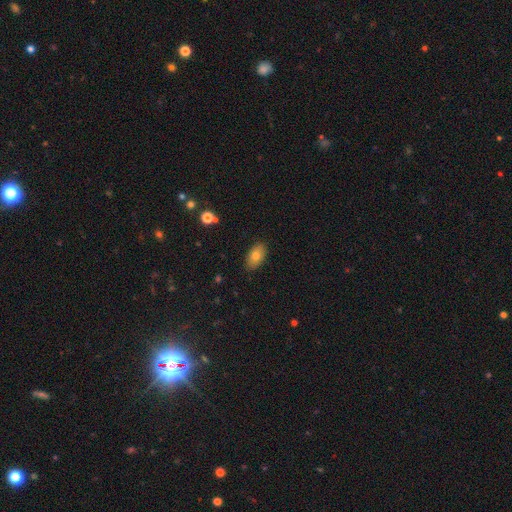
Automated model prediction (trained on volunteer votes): smooth 77%, featured or disk 15%, star or artifact 9%. Down the decision tree: how rounded — in between (91%); merging — none (86%).